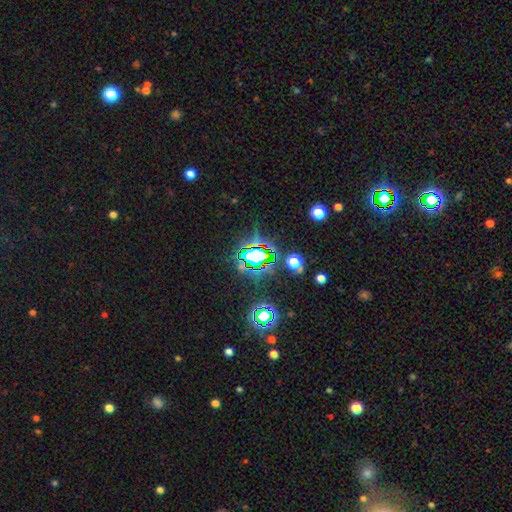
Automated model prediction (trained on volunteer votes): Overall: star or artifact (71%).